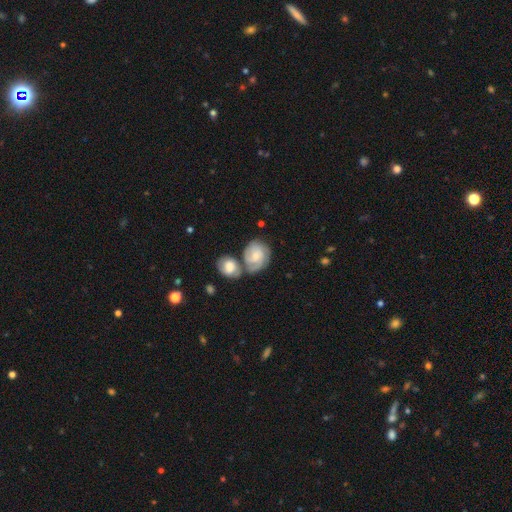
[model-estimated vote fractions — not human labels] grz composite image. It shows a featured or disk galaxy (59%) with no bar (66%), 2 (38%) tight (60%) spiral arms (88%) and a small central bulge (49%). Merging: merger (40%).